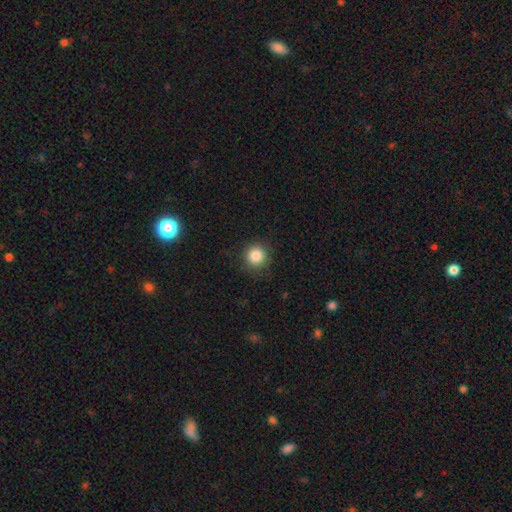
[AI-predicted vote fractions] A smooth galaxy with no disk features (85%) that is round (94%). Merging: none (88%).